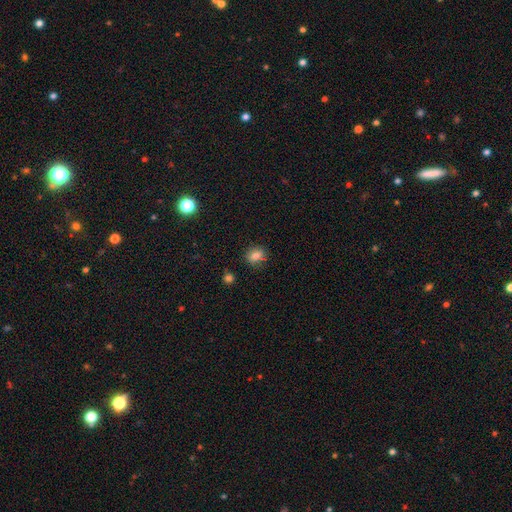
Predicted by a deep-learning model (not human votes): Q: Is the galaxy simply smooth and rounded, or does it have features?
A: smooth — 77%.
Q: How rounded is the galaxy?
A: round — 66%.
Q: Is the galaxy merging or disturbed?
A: none — 82%.